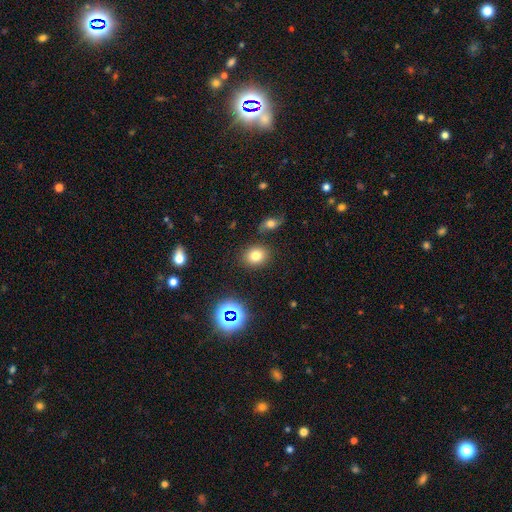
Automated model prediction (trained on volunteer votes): Q: Smooth or featured?
A: smooth (75%); runner-up: star or artifact (15%)
Q: How rounded?
A: round (59%); runner-up: in between (40%)
Q: Merging?
A: none (84%); runner-up: minor disturbance (9%)